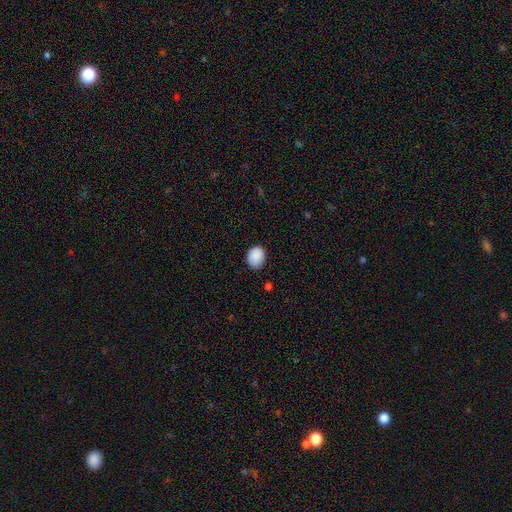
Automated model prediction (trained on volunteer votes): smooth-or-featured: smooth: 89% | star or artifact: 8% | featured or disk: 3%
  how-rounded: in between: 54% | round: 45% | cigar-shaped: 1%
  merging: none: 80% | minor disturbance: 16% | major disturbance: 3% | merger: 1%